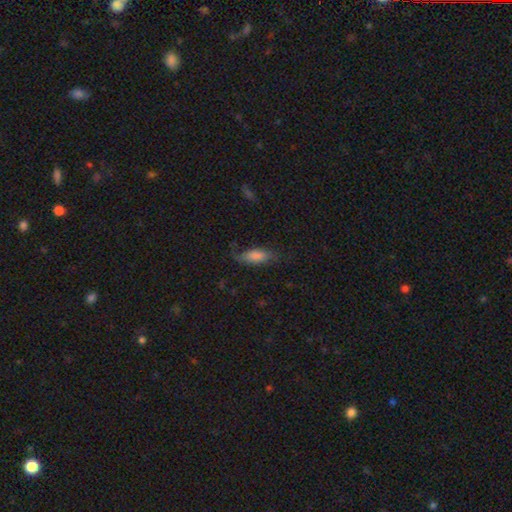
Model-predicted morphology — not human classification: Smooth or featured: smooth — 71% (featured or disk — 21%)
How rounded: in between — 73% (cigar-shaped — 24%)
Merging: none — 61% (minor disturbance — 26%)